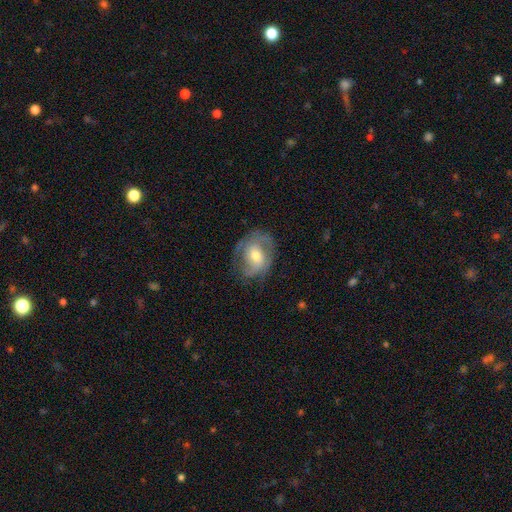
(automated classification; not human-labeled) smooth-or-featured: featured or disk: 63% | smooth: 30% | star or artifact: 7%
  disk-edge-on: no: 96% | yes: 4%
    bar: no: 56% | weak: 33% | strong: 11%
    has-spiral-arms: yes: 77% | no: 23%
    bulge-size: moderate: 65% | small: 28% | large: 5% | none: 1% | dominant: 1%
  merging: none: 63% | minor disturbance: 24% | major disturbance: 12% | merger: 1%